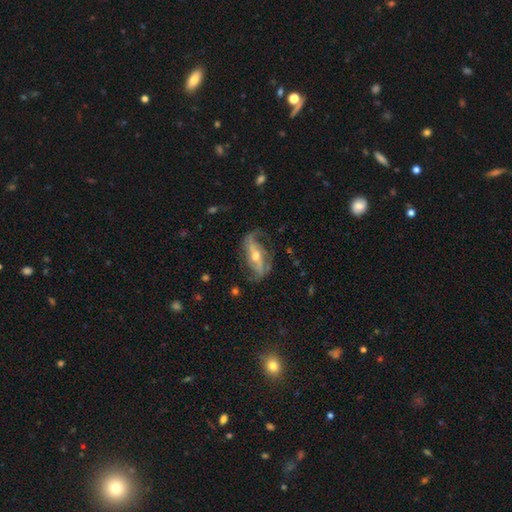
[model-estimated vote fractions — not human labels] Smooth or featured?
  - featured or disk: 82% *
  - smooth: 12%
  - star or artifact: 6%
Edge-on disk?
  - no: 86% *
  - yes: 14%
Bar?
  - strong: 51% *
  - weak: 27%
  - no: 22%
Spiral arms?
  - yes: 89% *
  - no: 11%
Spiral winding?
  - loose: 56% *
  - medium: 30%
  - tight: 13%
Spiral arm count?
  - 2: 85% *
  - can't tell: 6%
  - 1: 5%
  - 3: 2%
  - 4: 1%
  - more than 4: 1%
Bulge size?
  - moderate: 64% *
  - small: 30%
  - large: 4%
  - none: 1%
  - dominant: 1%
Merging?
  - none: 63% *
  - minor disturbance: 20%
  - major disturbance: 15%
  - merger: 2%